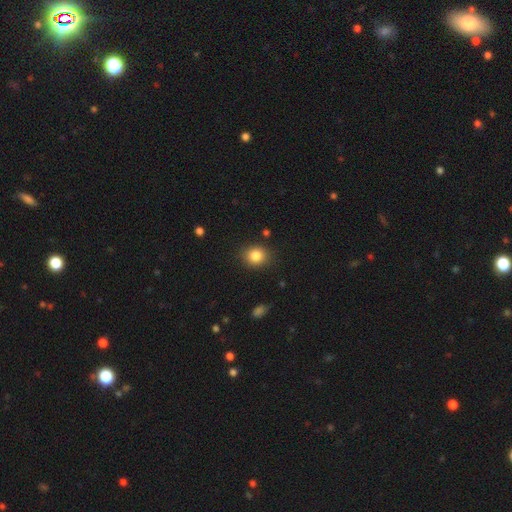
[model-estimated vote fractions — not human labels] Overall: smooth (84%). How rounded: round (74%). Merging: none (86%).